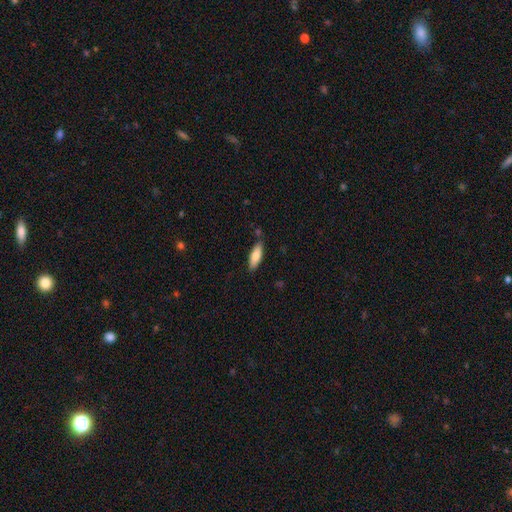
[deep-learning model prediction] This is likely a smooth galaxy (79%). How rounded: possibly in between (59%). Merging: clearly none (80%).